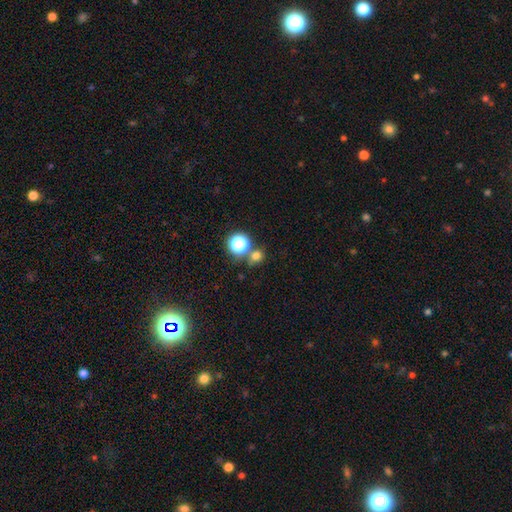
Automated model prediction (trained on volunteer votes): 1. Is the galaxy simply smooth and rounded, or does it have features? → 70% smooth, 23% star or artifact, 7% featured or disk.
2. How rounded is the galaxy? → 74% round, 24% in between, 1% cigar-shaped.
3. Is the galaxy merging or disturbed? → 65% none, 21% merger, 10% minor disturbance, 4% major disturbance.